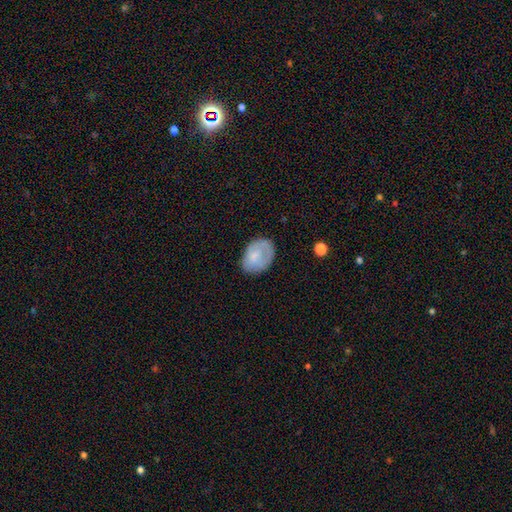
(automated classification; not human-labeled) Morphology: type=smooth (67%); roundness=in between (76%); merging=none (64%).